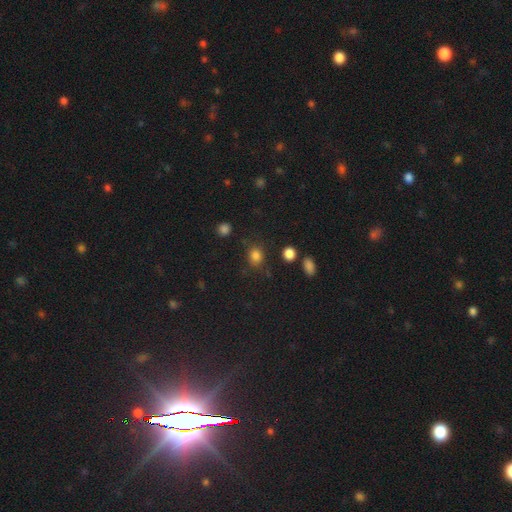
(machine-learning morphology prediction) The model was most divided on "how rounded": round: 63%, in between: 36%, cigar-shaped: 1%. More confident: smooth or featured — smooth (82%); merging — none (78%).